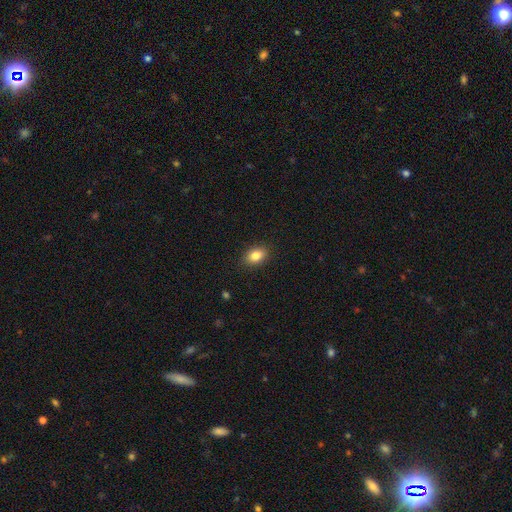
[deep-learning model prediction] smooth-or-featured: smooth: 84% | star or artifact: 9% | featured or disk: 7%
  how-rounded: in between: 79% | round: 19% | cigar-shaped: 2%
  merging: none: 88% | minor disturbance: 8% | major disturbance: 2% | merger: 1%